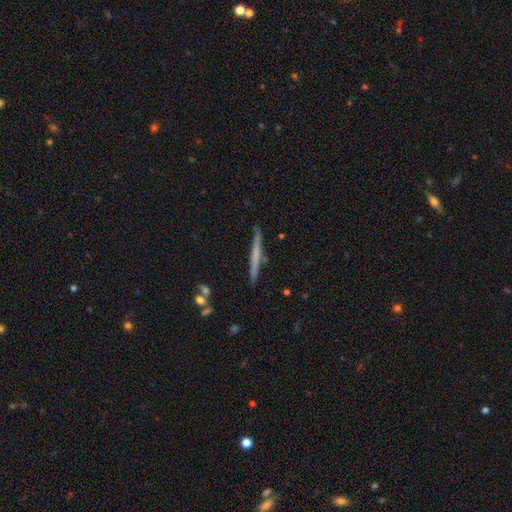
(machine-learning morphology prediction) type=featured or disk (48%); merging=none (89%).